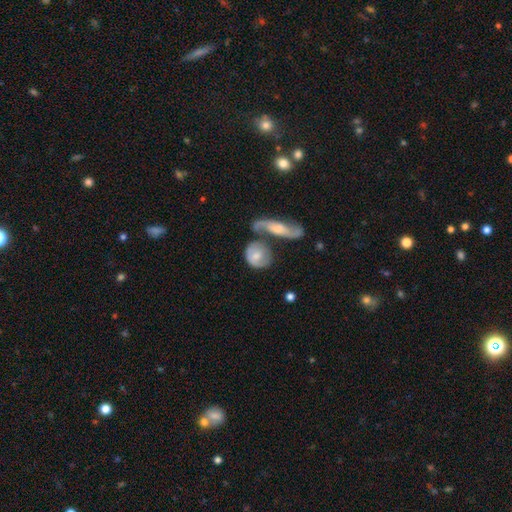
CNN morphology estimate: smooth-or-featured: smooth: 55% | featured or disk: 40% | star or artifact: 6%
  how-rounded: round: 60% | in between: 35% | cigar-shaped: 4%
  merging: none: 37% | merger: 33% | minor disturbance: 18% | major disturbance: 12%